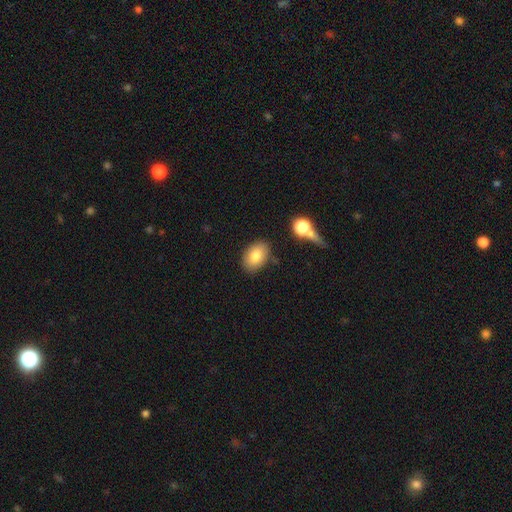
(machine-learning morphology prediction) Q: Smooth or featured?
A: smooth (81%); runner-up: featured or disk (11%)
Q: How rounded?
A: in between (86%); runner-up: round (13%)
Q: Merging?
A: none (81%); runner-up: minor disturbance (12%)